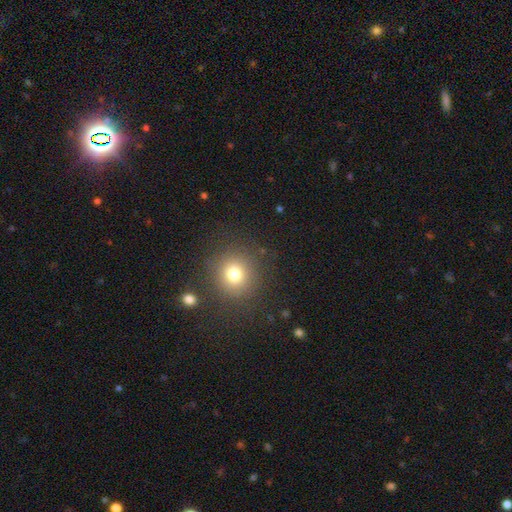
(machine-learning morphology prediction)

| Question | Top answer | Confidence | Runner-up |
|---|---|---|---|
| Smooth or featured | smooth | 64% | star or artifact (28%) |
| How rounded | round | 93% | in between (6%) |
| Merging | none | 89% | minor disturbance (6%) |